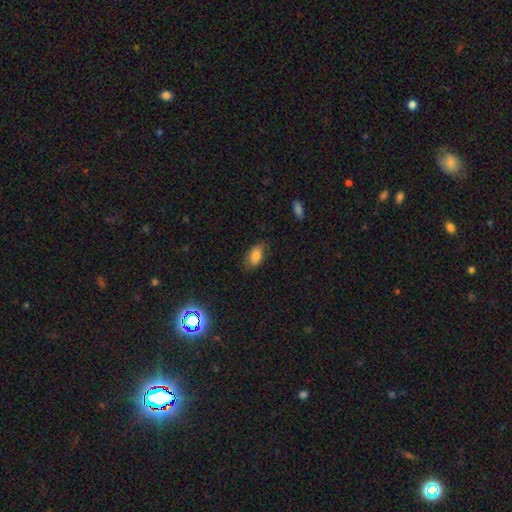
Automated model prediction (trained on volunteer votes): Morphology: type=smooth (79%); roundness=in between (90%); merging=none (71%).